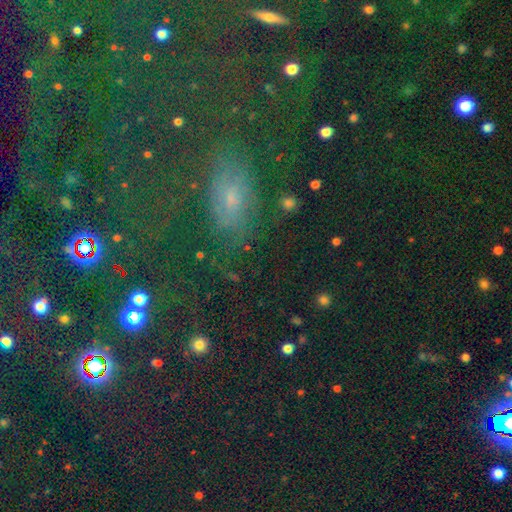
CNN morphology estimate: Smooth or featured?
  - star or artifact: 56% *
  - smooth: 32%
  - featured or disk: 12%